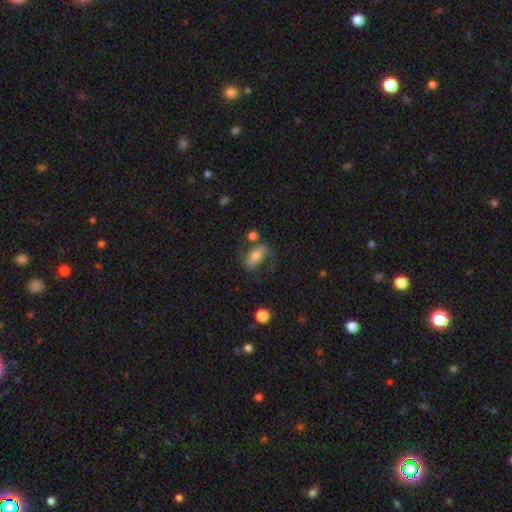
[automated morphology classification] Smooth or featured?
  - smooth: 51% *
  - featured or disk: 40%
  - star or artifact: 9%
How rounded?
  - in between: 86% *
  - round: 10%
  - cigar-shaped: 4%
Merging?
  - none: 46% *
  - minor disturbance: 22%
  - major disturbance: 20%
  - merger: 12%